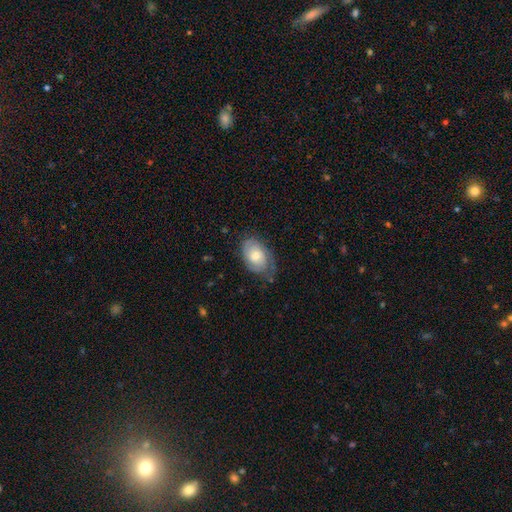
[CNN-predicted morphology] Q: Smooth or featured?
A: featured or disk (58%); runner-up: smooth (36%)
Q: Edge-on disk?
A: no (95%); runner-up: yes (5%)
Q: Bar?
A: no (75%); runner-up: weak (22%)
Q: Spiral arms?
A: yes (82%); runner-up: no (18%)
Q: Bulge size?
A: moderate (58%); runner-up: small (31%)
Q: Merging?
A: none (59%); runner-up: minor disturbance (28%)